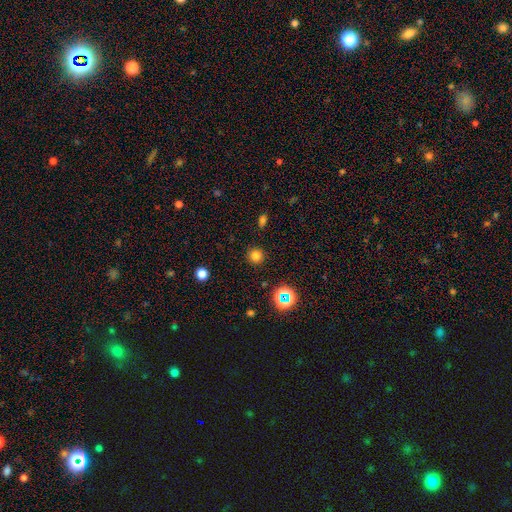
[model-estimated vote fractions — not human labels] Q: Smooth or featured?
A: smooth (77%); runner-up: star or artifact (17%)
Q: How rounded?
A: round (94%); runner-up: in between (5%)
Q: Merging?
A: none (91%); runner-up: minor disturbance (5%)